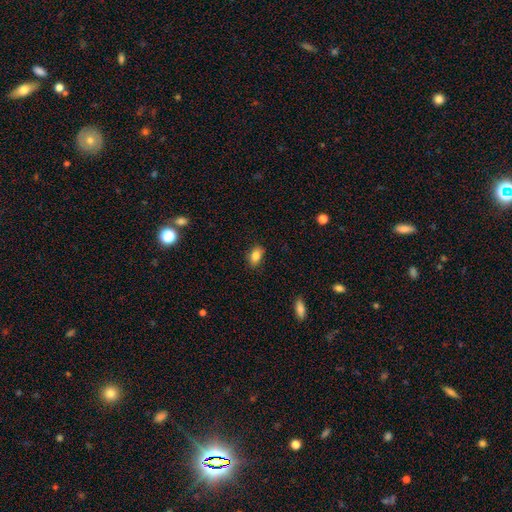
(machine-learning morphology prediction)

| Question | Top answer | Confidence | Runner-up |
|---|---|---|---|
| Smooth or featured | smooth | 85% | star or artifact (8%) |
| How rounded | in between | 87% | round (11%) |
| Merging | none | 85% | minor disturbance (12%) |